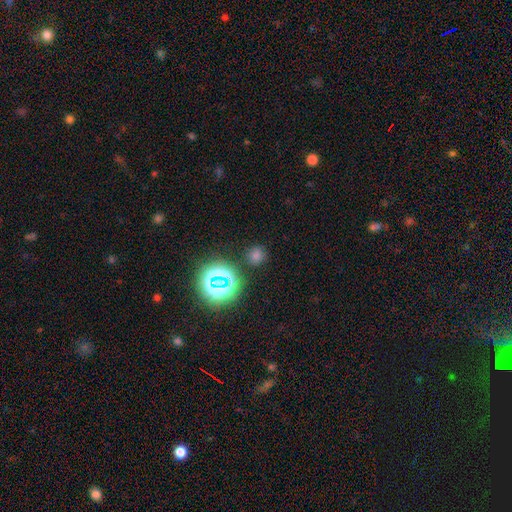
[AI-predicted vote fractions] This appears to be a smooth galaxy with no disk features (61%) that is round (83%). Merging: none (83%).